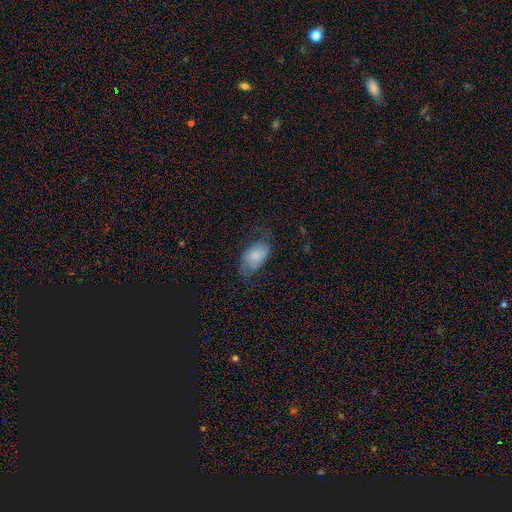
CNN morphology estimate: Smooth or featured: smooth — 62% (featured or disk — 30%)
How rounded: in between — 92% (round — 6%)
Merging: none — 50% (minor disturbance — 29%)